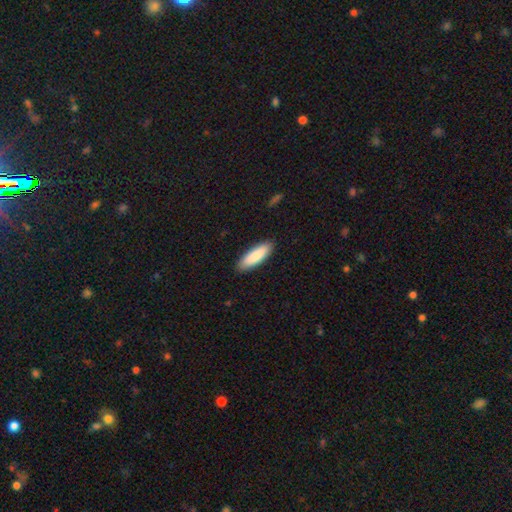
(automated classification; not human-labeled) This appears to be a smooth galaxy with no disk features (88%) that is in between round and cigar-shaped (51%). Merging: none (89%).